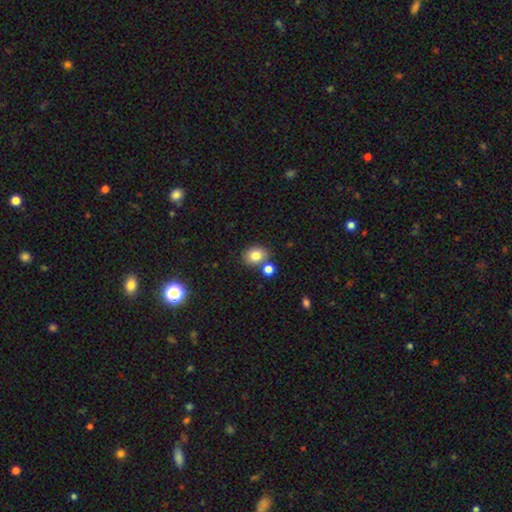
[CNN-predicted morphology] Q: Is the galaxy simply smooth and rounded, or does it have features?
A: smooth — 80%.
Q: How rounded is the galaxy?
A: round — 59%.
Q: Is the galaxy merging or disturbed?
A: none — 69%.